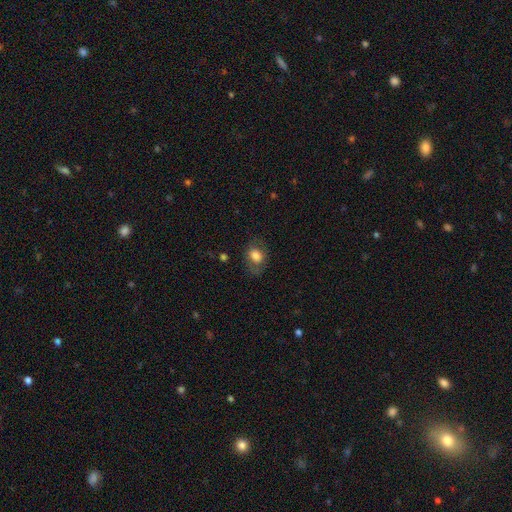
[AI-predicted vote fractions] Q: Smooth or featured?
A: smooth (73%); runner-up: featured or disk (18%)
Q: How rounded?
A: in between (68%); runner-up: round (31%)
Q: Merging?
A: none (69%); runner-up: minor disturbance (19%)